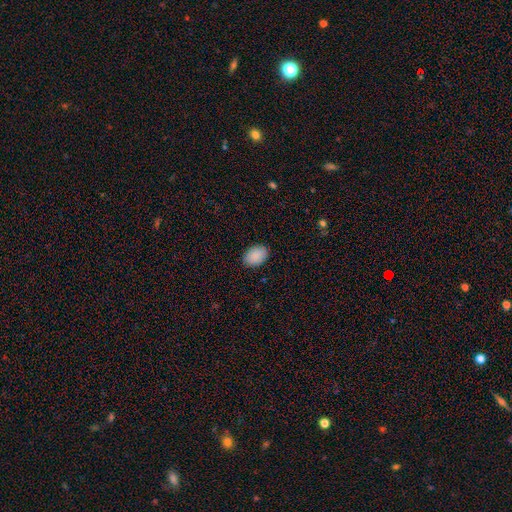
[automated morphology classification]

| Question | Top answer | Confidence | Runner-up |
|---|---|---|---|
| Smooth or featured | smooth | 90% | star or artifact (7%) |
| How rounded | in between | 82% | round (17%) |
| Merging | none | 89% | minor disturbance (8%) |